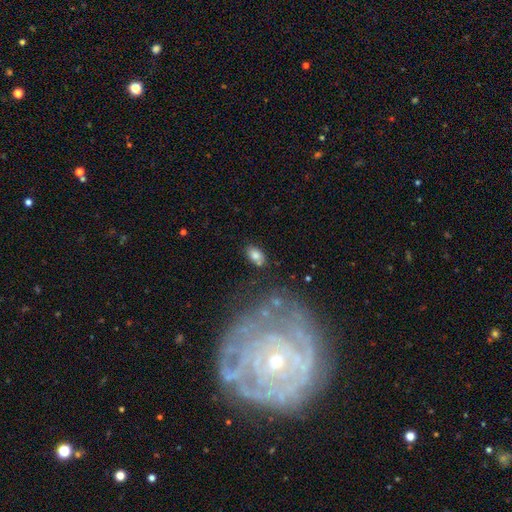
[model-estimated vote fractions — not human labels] smooth_or_featured: smooth (p=0.80) [alt: featured or disk p=0.11]
how_rounded: in between (p=0.90) [alt: round p=0.08]
merging: none (p=0.74) [alt: minor disturbance p=0.14]